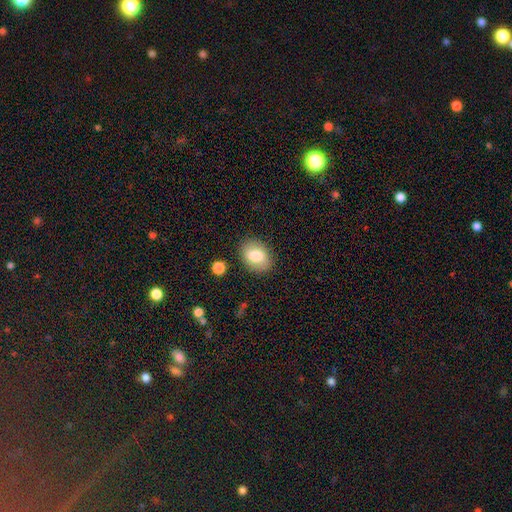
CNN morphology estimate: Smooth or featured: smooth — 79% (featured or disk — 13%)
How rounded: in between — 75% (round — 23%)
Merging: none — 85% (minor disturbance — 10%)